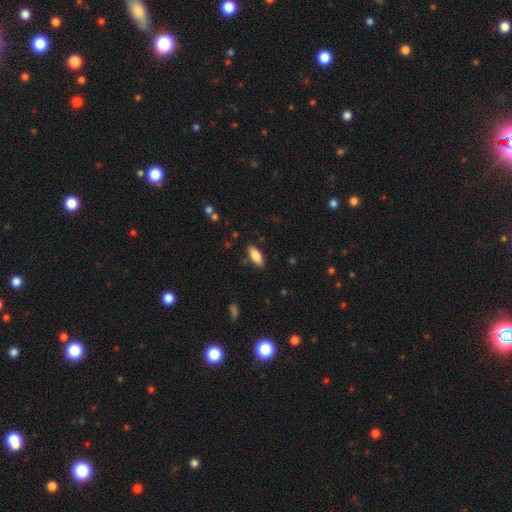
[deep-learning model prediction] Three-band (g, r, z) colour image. It shows a smooth galaxy with no disk features (81%) that is in between round and cigar-shaped (81%). Merging: none (85%).